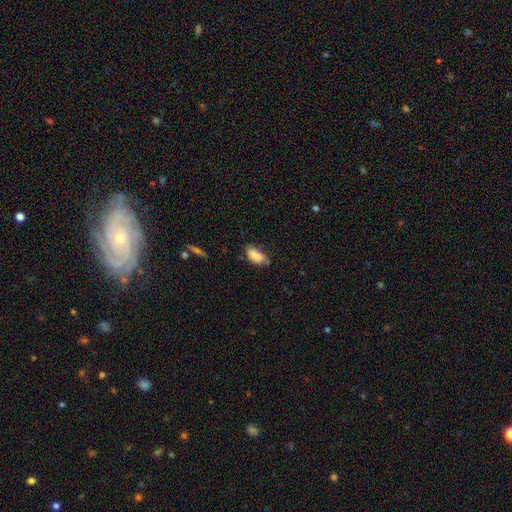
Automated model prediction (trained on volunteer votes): smooth_or_featured: smooth (p=0.82) [alt: featured or disk p=0.10]
how_rounded: in between (p=0.90) [alt: cigar-shaped p=0.07]
merging: none (p=0.50) [alt: minor disturbance p=0.36]